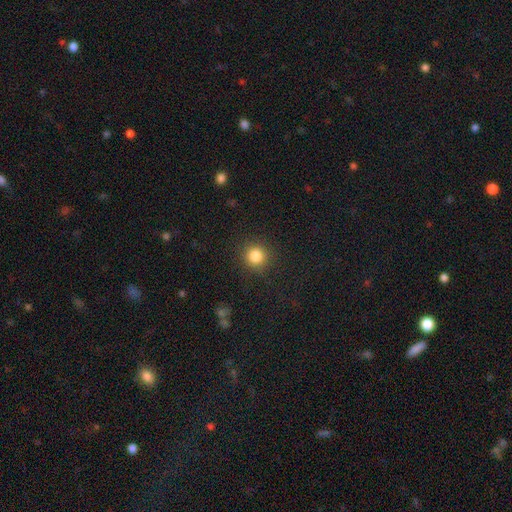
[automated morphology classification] Smooth or featured? smooth (84%)
How rounded? round (93%)
Merging? none (90%)